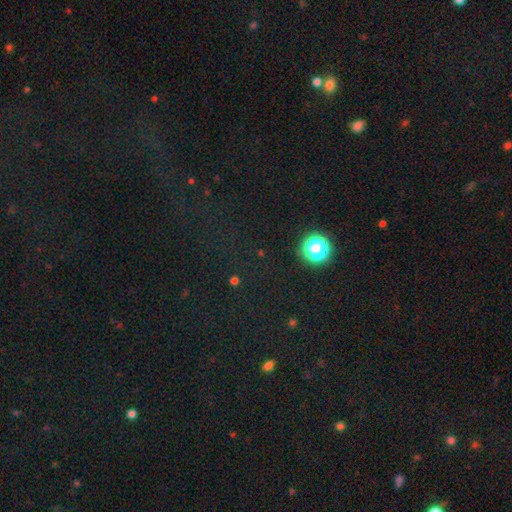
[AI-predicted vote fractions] The model was most divided on "smooth or featured": star or artifact: 75%, smooth: 18%, featured or disk: 8%.